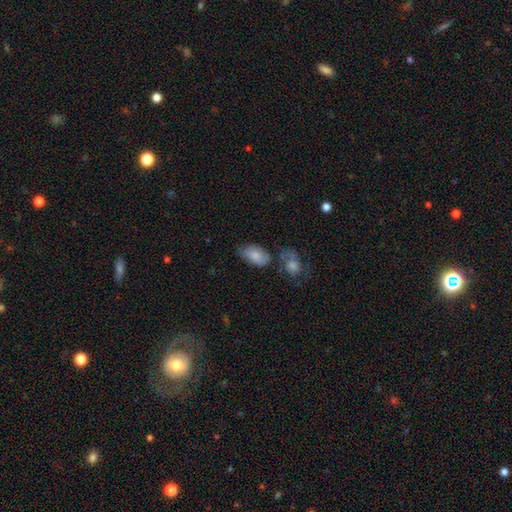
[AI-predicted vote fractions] Smooth or featured: smooth — 81% (featured or disk — 12%)
How rounded: in between — 92% (round — 6%)
Merging: none — 51% (minor disturbance — 25%)